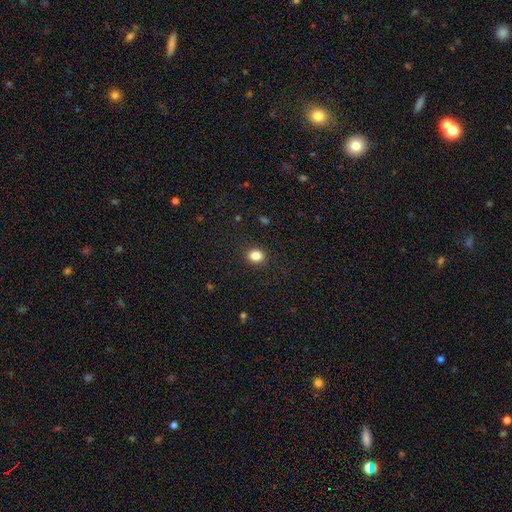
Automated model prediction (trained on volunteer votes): smooth_or_featured: smooth (p=0.84) [alt: star or artifact p=0.11]
how_rounded: round (p=0.63) [alt: in between p=0.36]
merging: none (p=0.89) [alt: minor disturbance p=0.07]